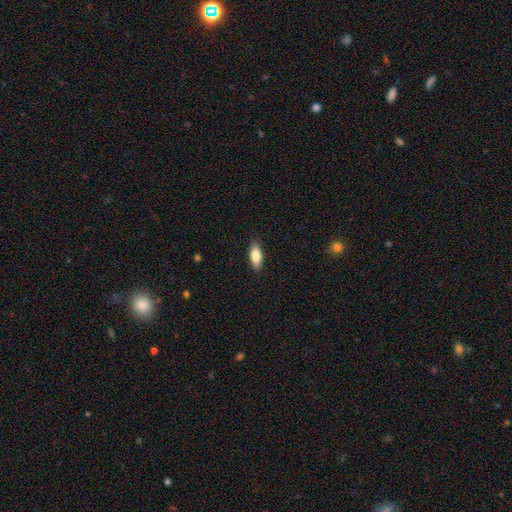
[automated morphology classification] Q: Smooth or featured?
A: smooth (83%); runner-up: featured or disk (11%)
Q: How rounded?
A: in between (81%); runner-up: cigar-shaped (17%)
Q: Merging?
A: none (88%); runner-up: minor disturbance (9%)